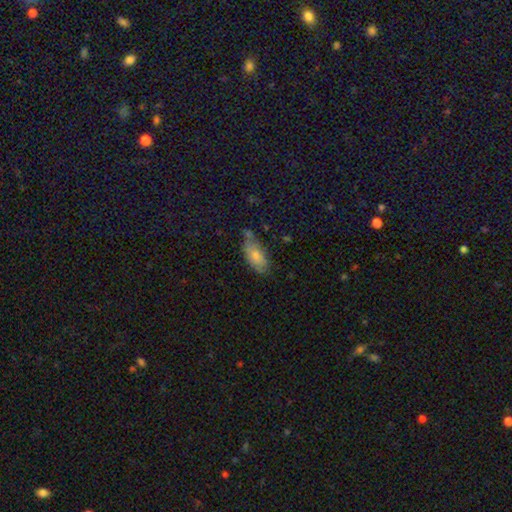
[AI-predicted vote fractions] Q: Smooth or featured?
A: smooth (77%); runner-up: featured or disk (16%)
Q: How rounded?
A: in between (89%); runner-up: cigar-shaped (8%)
Q: Merging?
A: none (56%); runner-up: minor disturbance (28%)